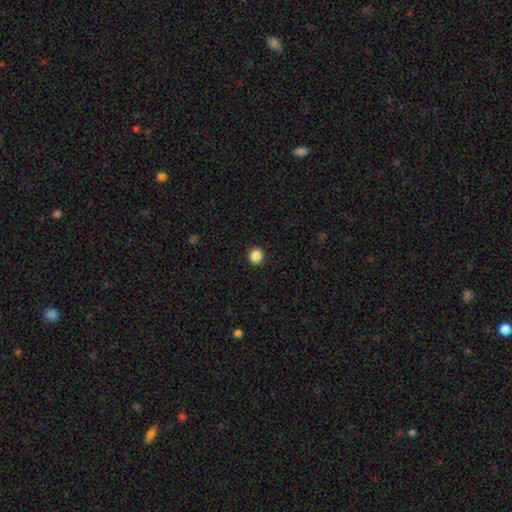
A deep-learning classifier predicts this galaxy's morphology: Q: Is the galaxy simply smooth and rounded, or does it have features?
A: smooth — 87%.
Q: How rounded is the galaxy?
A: round — 95%.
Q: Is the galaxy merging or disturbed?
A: none — 93%.